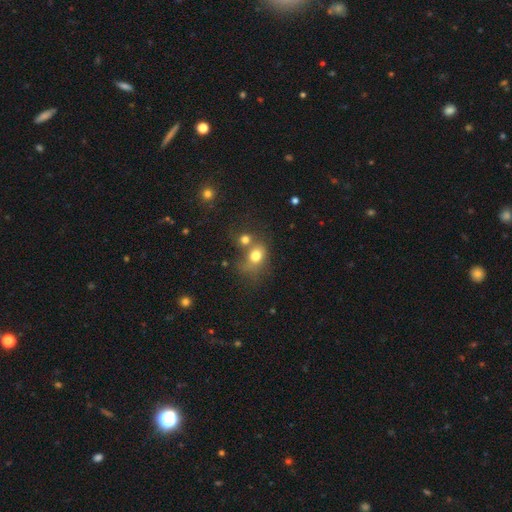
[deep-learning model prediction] A smooth galaxy with no disk features (74%) that is round (53%). Merging: merger (43%).